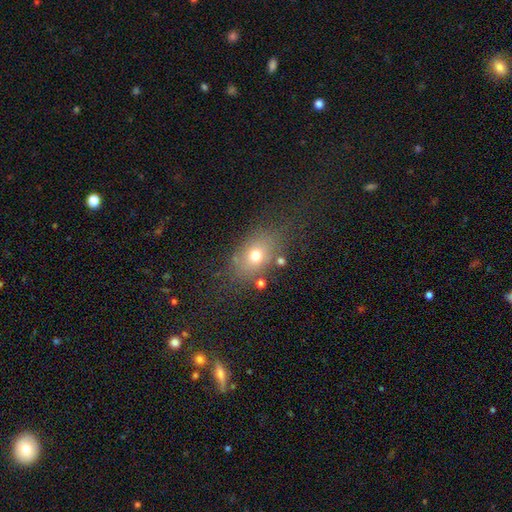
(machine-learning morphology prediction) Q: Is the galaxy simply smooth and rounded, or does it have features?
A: smooth — 69%.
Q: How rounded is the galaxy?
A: in between — 71%.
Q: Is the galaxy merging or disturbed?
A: none — 69%.